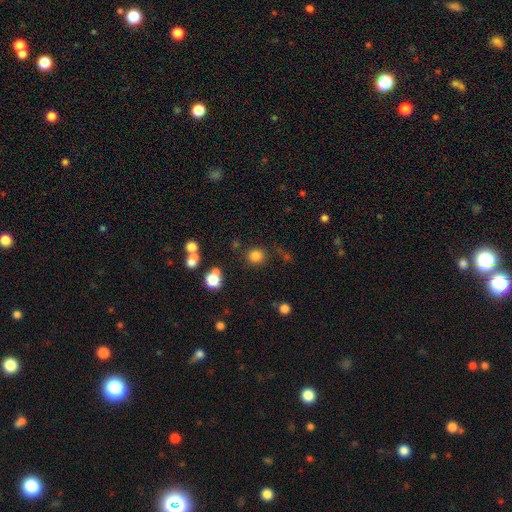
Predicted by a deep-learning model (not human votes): This appears to be a smooth galaxy with no disk features (80%) that is round (91%). Merging: none (83%).